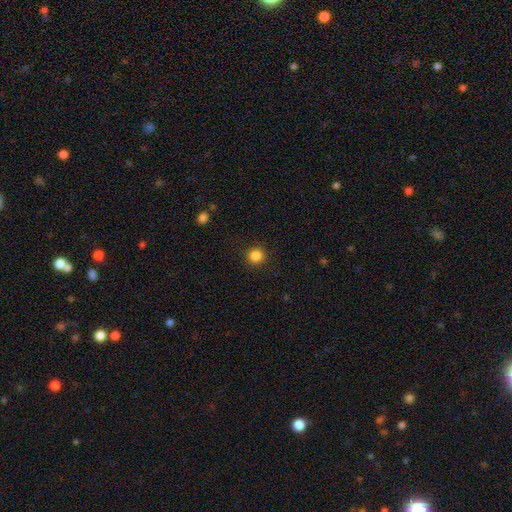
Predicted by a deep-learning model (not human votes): A smooth galaxy with no disk features (84%) that is round (94%).

Vote fractions:
- Smooth or featured? smooth: 84% / star or artifact: 12% / featured or disk: 4%
- How rounded? round: 94% / in between: 5% / cigar-shaped: 1%
- Merging? none: 92% / minor disturbance: 5% / major disturbance: 2% / merger: 1%